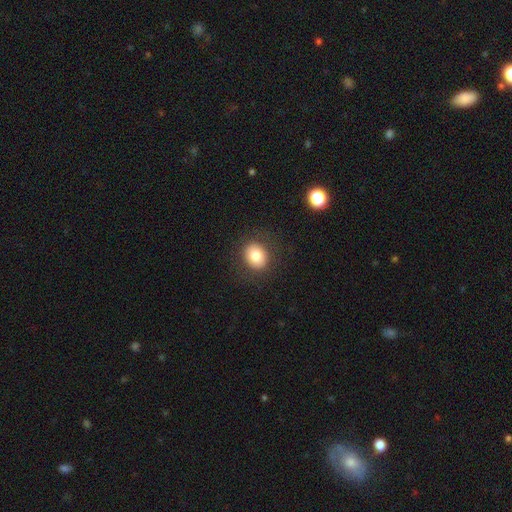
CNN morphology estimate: A smooth galaxy with no disk features (81%) that is round (67%). Merging: none (87%).